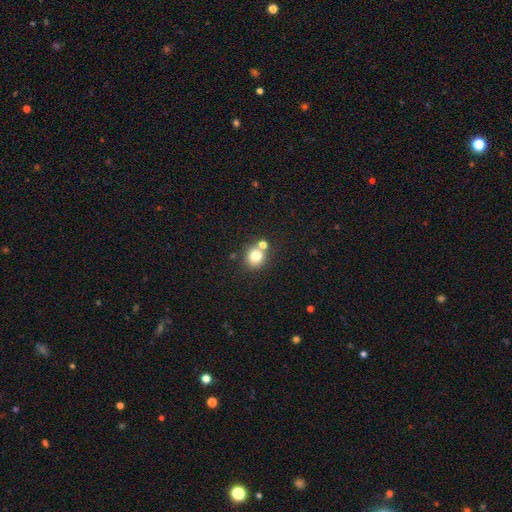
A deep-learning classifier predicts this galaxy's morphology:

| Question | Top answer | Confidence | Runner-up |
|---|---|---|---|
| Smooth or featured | smooth | 78% | star or artifact (12%) |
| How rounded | round | 81% | in between (18%) |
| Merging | none | 63% | merger (25%) |